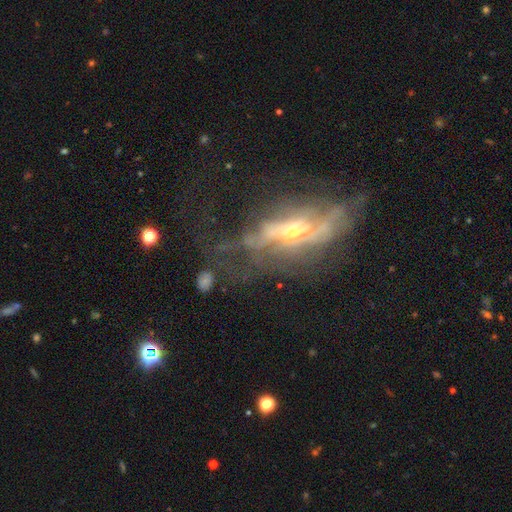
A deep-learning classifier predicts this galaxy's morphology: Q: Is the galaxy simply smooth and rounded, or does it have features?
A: featured or disk — 74%.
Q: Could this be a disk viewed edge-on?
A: no — 69%.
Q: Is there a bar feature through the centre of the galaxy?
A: no — 59%.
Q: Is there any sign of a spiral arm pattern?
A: no — 50%, tied with yes.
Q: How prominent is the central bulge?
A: moderate — 47%.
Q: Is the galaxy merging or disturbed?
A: major disturbance — 37%.